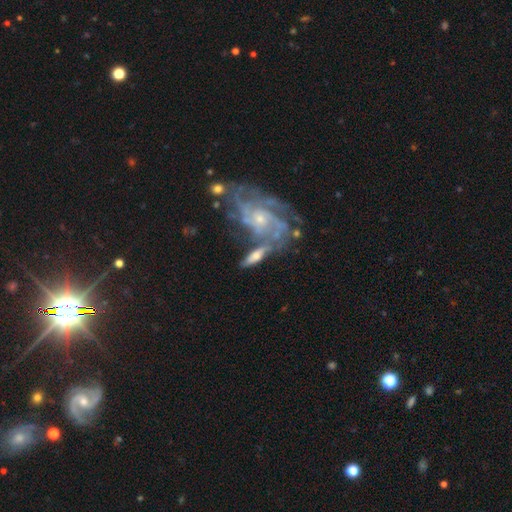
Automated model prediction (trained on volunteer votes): featured or disk 56%, smooth 37%, star or artifact 7%. Down the decision tree: edge-on disk — no (71%); merging — none (44%).